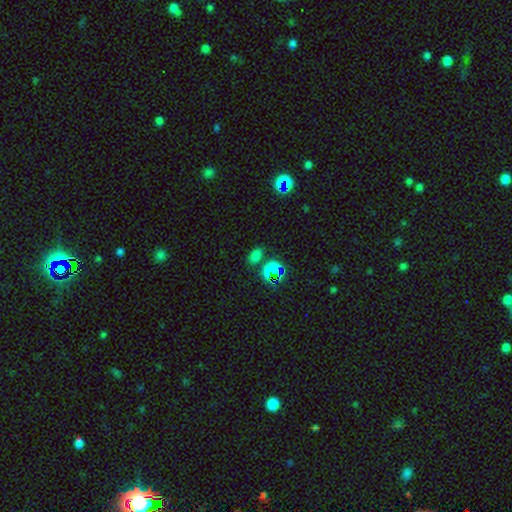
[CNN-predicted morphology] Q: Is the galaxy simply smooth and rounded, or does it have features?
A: smooth — 61%.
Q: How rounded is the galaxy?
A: in between — 80%.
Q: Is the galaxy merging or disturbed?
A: none — 75%.